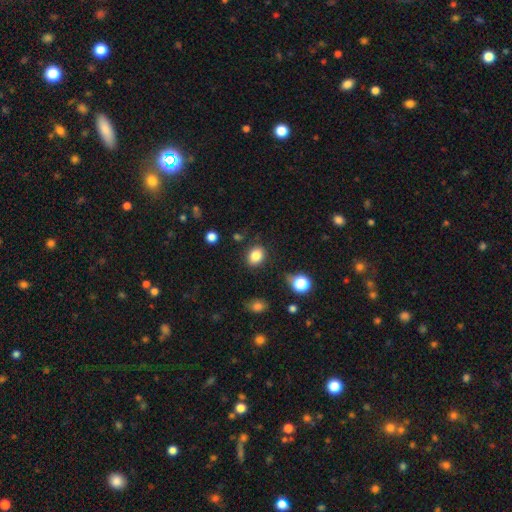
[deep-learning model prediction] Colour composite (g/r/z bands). It shows a smooth galaxy with no disk features (84%) that is in between round and cigar-shaped (51%). Merging: none (84%).